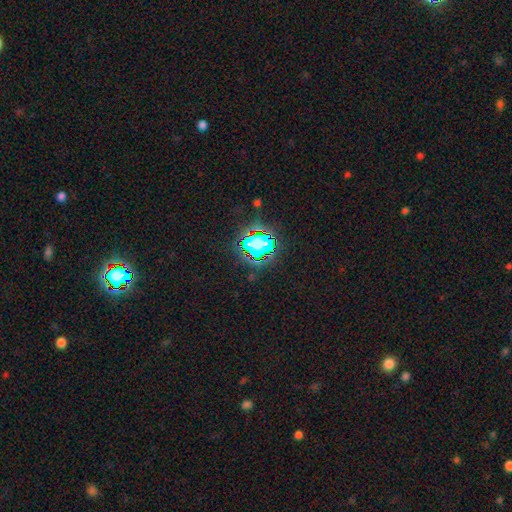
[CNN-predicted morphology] A star or artifact, not a galaxy (70%).

Vote fractions:
- Smooth or featured? star or artifact: 70% / smooth: 19% / featured or disk: 11%